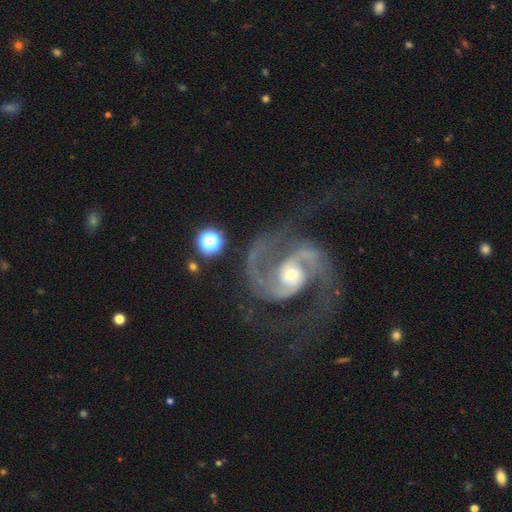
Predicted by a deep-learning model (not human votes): Morphology: type=featured or disk (93%); edge-on=no (98%); bar=no (47%); spiral arms=yes (99%); winding=medium (64%); arm count=2 (91%); bulge=moderate (59%); merging=none (69%).